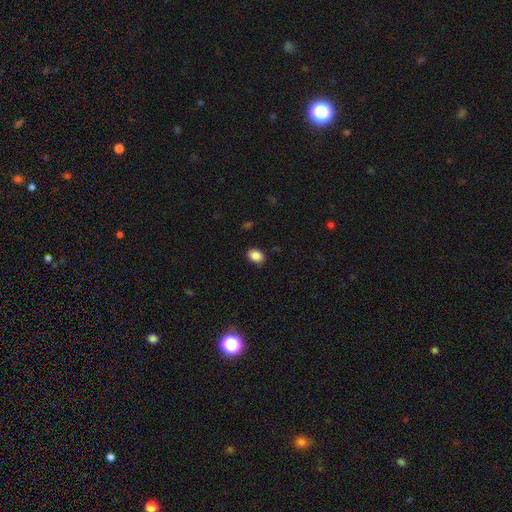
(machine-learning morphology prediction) A smooth galaxy with no disk features (87%) that is in between round and cigar-shaped (73%).

Vote fractions:
- Smooth or featured? smooth: 87% / star or artifact: 9% / featured or disk: 4%
- How rounded? in between: 73% / round: 26% / cigar-shaped: 1%
- Merging? none: 85% / minor disturbance: 11% / major disturbance: 3% / merger: 1%